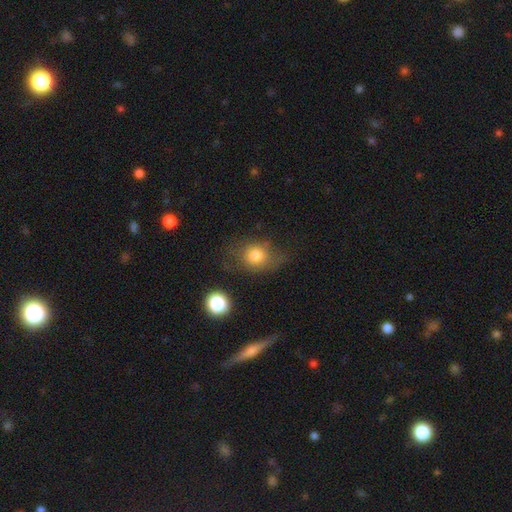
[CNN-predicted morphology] Overall: smooth (76%). How rounded: round (59%; in between 40%). Merging: none (56%; minor disturbance 25%).